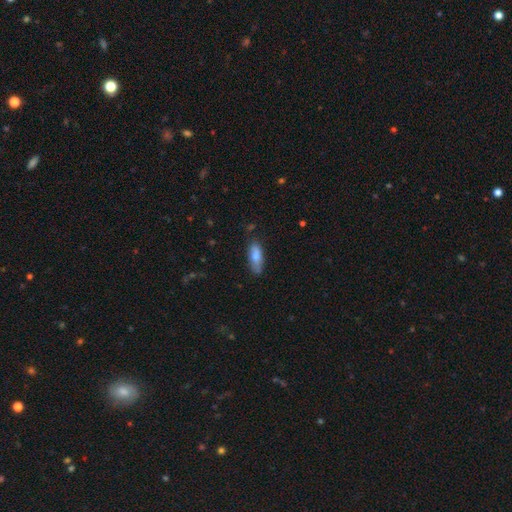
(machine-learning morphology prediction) Smooth or featured? Predicted: smooth (p=0.72). How rounded? Predicted: in between (p=0.62). Merging? Predicted: none (p=0.79).